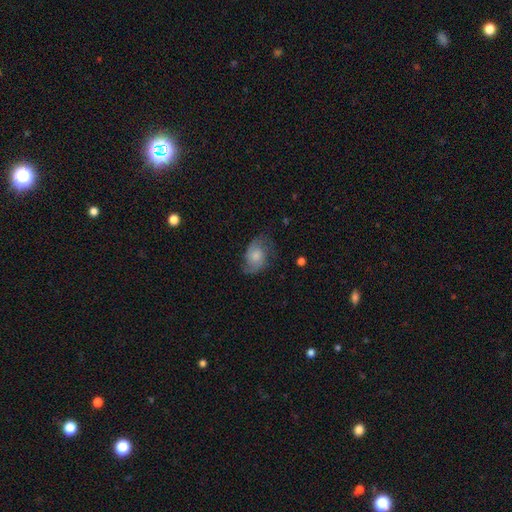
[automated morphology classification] A featured or disk galaxy (52%) with no bar (73%), spiral arms (87%) and a moderate central bulge (41%).

Vote fractions:
- Smooth or featured? featured or disk: 52% / smooth: 40% / star or artifact: 8%
- Edge-on disk? no: 96% / yes: 4%
- Bar? no: 73% / weak: 24% / strong: 3%
- Spiral arms? yes: 87% / no: 13%
- Bulge size? moderate: 41% / small: 30% / large: 14% / none: 12% / dominant: 3%
- Merging? none: 59% / minor disturbance: 26% / major disturbance: 13% / merger: 1%